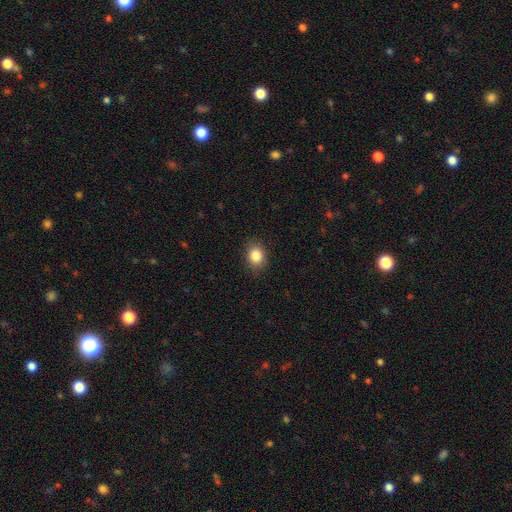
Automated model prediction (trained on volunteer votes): smooth_or_featured: smooth (p=0.85) [alt: star or artifact p=0.09]
how_rounded: in between (p=0.50) [alt: round p=0.49]
merging: none (p=0.87) [alt: minor disturbance p=0.10]